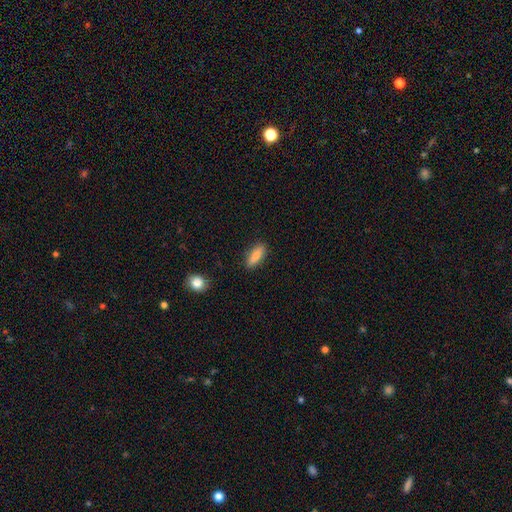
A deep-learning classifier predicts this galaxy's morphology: Smooth or featured? smooth (78%)
How rounded? in between (64%)
Merging? none (86%)